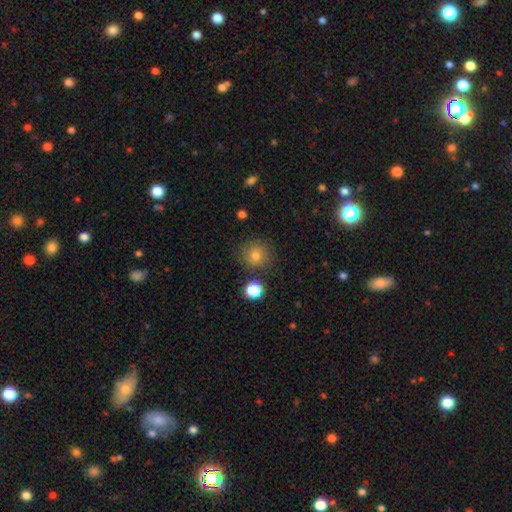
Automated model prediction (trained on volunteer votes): Smooth or featured? Predicted: smooth (p=0.78). How rounded? Predicted: round (p=0.91). Merging? Predicted: none (p=0.83).